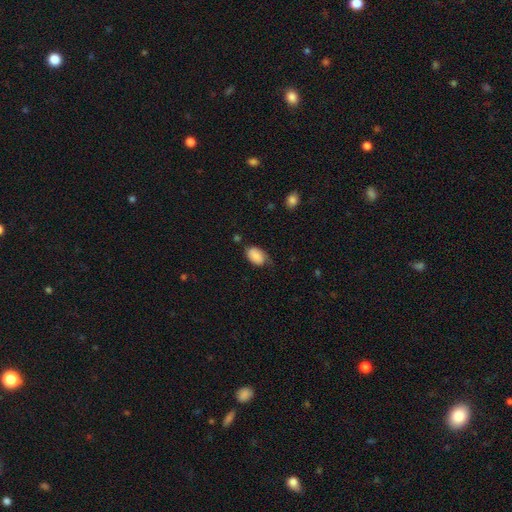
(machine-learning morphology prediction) The model was most divided on "merging": none: 51%, minor disturbance: 35%, major disturbance: 11%, merger: 2%. More confident: how rounded — in between (91%); smooth or featured — smooth (81%).